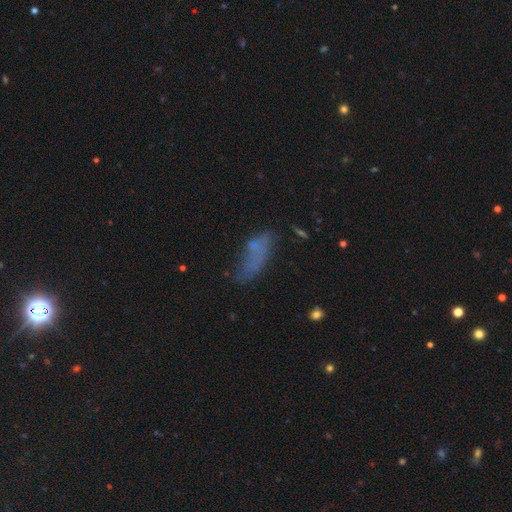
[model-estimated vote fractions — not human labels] Smooth or featured? smooth (55%)
How rounded? in between (63%)
Merging? none (44%)